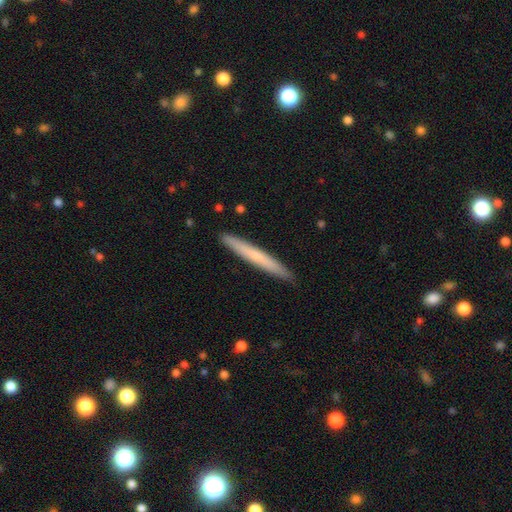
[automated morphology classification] Smooth or featured: smooth — 60% (featured or disk — 35%)
How rounded: cigar-shaped — 97% (in between — 2%)
Merging: none — 92% (minor disturbance — 6%)